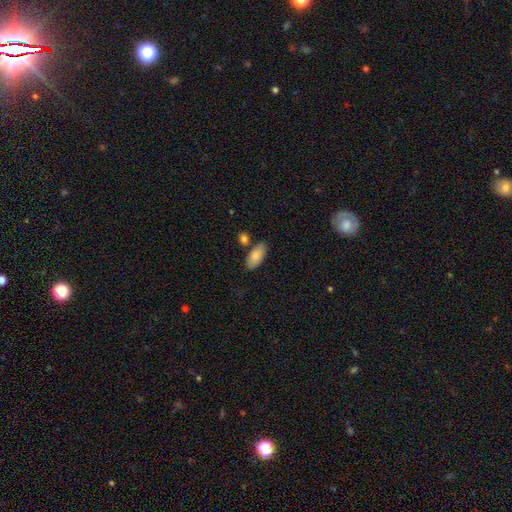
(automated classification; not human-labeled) A smooth galaxy with no disk features (86%) that is in between round and cigar-shaped (90%).

Vote fractions:
- Smooth or featured? smooth: 86% / featured or disk: 8% / star or artifact: 6%
- How rounded? in between: 90% / cigar-shaped: 8% / round: 2%
- Merging? none: 76% / minor disturbance: 12% / merger: 9% / major disturbance: 3%